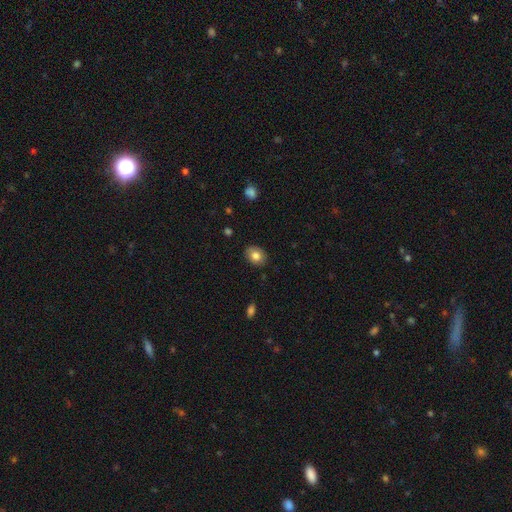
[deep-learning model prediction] Smooth or featured?
  - smooth: 80% *
  - featured or disk: 11%
  - star or artifact: 9%
How rounded?
  - in between: 56% *
  - round: 43%
  - cigar-shaped: 1%
Merging?
  - none: 87% *
  - minor disturbance: 10%
  - major disturbance: 2%
  - merger: 1%